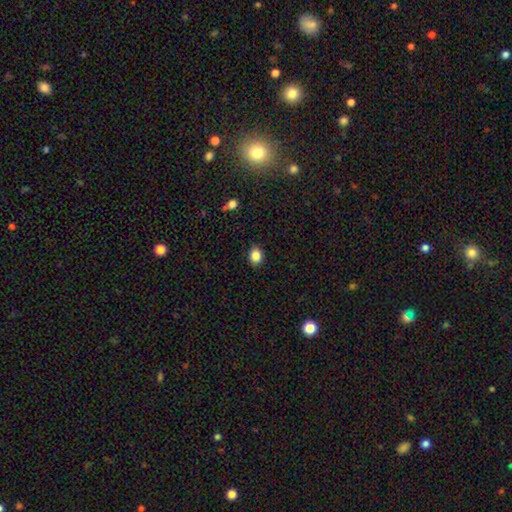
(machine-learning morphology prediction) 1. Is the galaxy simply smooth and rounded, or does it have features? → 86% smooth, 10% star or artifact, 4% featured or disk.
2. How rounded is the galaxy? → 50% round, 49% in between, 1% cigar-shaped.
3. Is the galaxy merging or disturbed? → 88% none, 9% minor disturbance, 2% major disturbance, 1% merger.